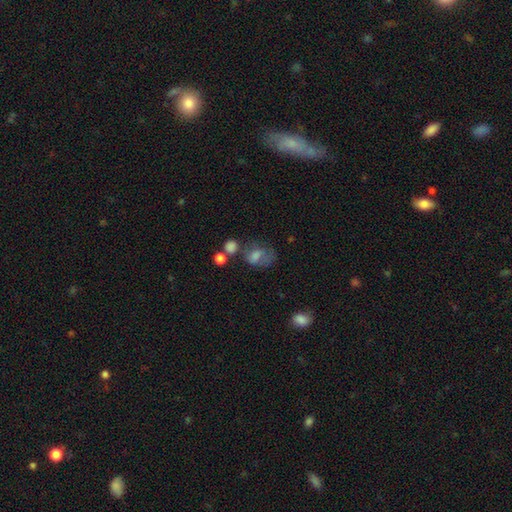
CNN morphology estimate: Smooth or featured: smooth — 58% (featured or disk — 24%)
How rounded: in between — 69% (round — 29%)
Merging: none — 32% (major disturbance — 29%)